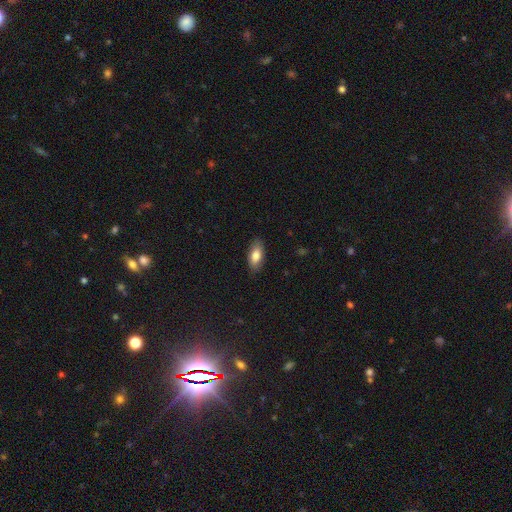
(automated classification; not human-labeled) Smooth or featured? Predicted: smooth (p=0.81). How rounded? Predicted: in between (p=0.89). Merging? Predicted: none (p=0.86).